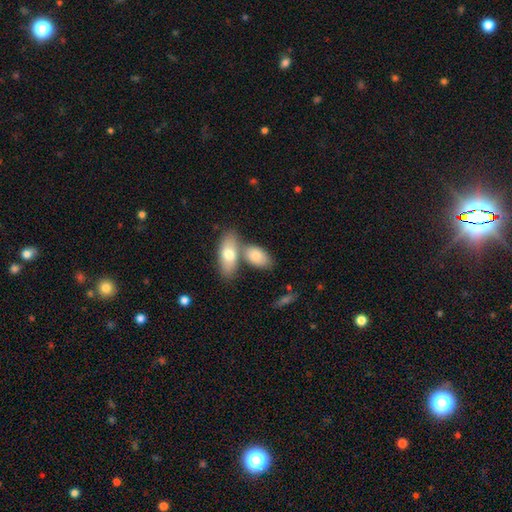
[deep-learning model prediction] Q: Smooth or featured?
A: smooth (79%); runner-up: featured or disk (16%)
Q: How rounded?
A: in between (90%); runner-up: cigar-shaped (5%)
Q: Merging?
A: none (44%); runner-up: merger (41%)